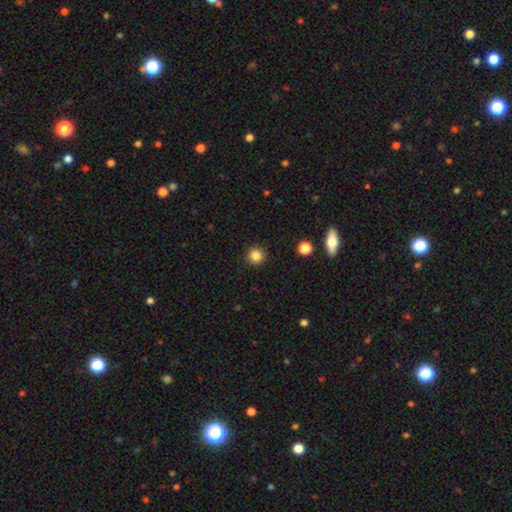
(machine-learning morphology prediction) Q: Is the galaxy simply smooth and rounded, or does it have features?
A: smooth — 84%.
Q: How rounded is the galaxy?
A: round — 94%.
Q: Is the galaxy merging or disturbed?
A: none — 91%.